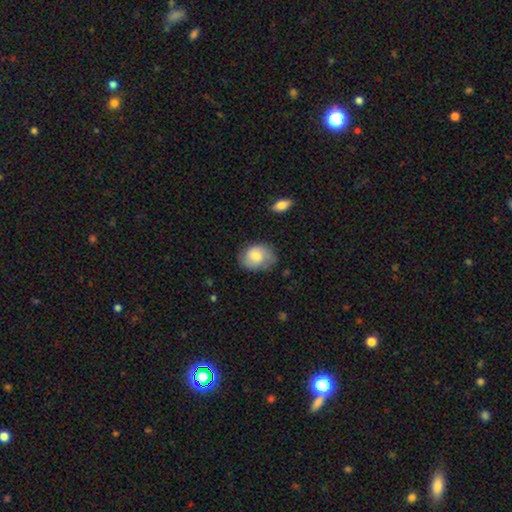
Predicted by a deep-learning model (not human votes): A smooth galaxy with no disk features (73%) that is in between round and cigar-shaped (57%).

Vote fractions:
- Smooth or featured? smooth: 73% / featured or disk: 21% / star or artifact: 7%
- How rounded? in between: 57% / round: 42% / cigar-shaped: 1%
- Merging? none: 66% / minor disturbance: 26% / major disturbance: 6% / merger: 2%